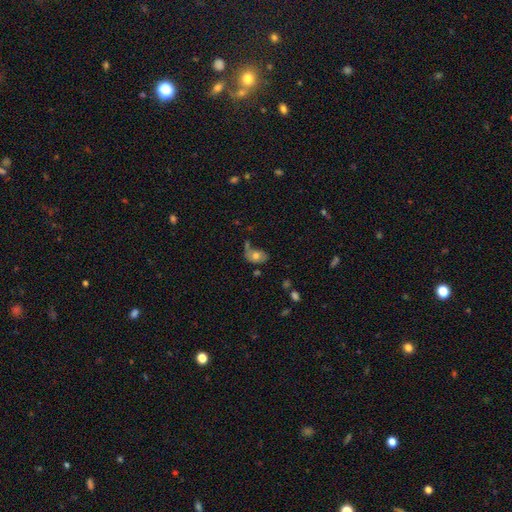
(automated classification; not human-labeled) smooth_or_featured: smooth (p=0.64) [alt: featured or disk p=0.27]
how_rounded: in between (p=0.81) [alt: round p=0.17]
merging: none (p=0.40) [alt: minor disturbance p=0.26]